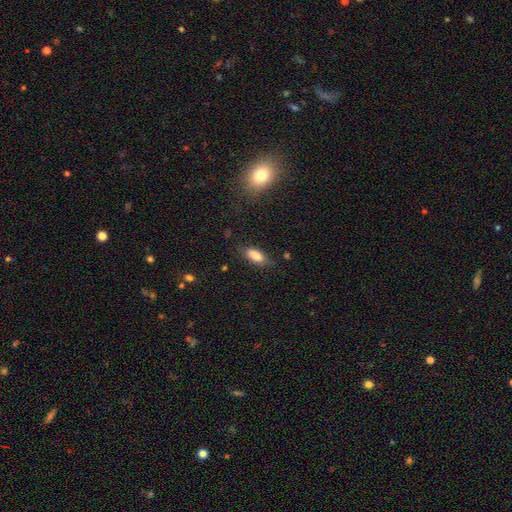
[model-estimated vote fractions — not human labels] A smooth galaxy with no disk features (82%) that is in between round and cigar-shaped (82%).

Vote fractions:
- Smooth or featured? smooth: 82% / featured or disk: 9% / star or artifact: 9%
- How rounded? in between: 82% / cigar-shaped: 15% / round: 3%
- Merging? none: 74% / minor disturbance: 19% / major disturbance: 5% / merger: 2%